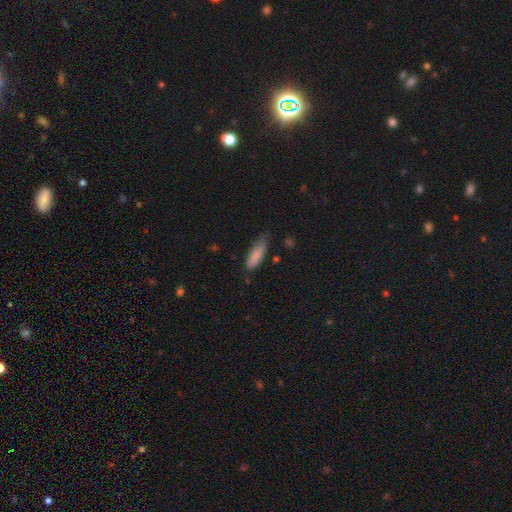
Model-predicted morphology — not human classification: A smooth galaxy with no disk features (85%) that is in between round and cigar-shaped (52%). Merging: none (56%).